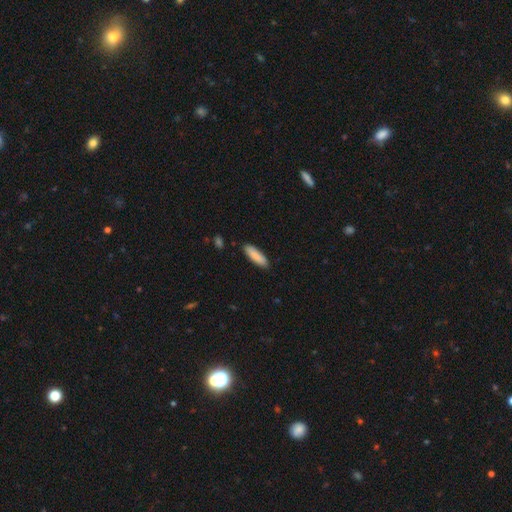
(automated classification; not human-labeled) Smooth or featured?
  - smooth: 88% *
  - featured or disk: 6%
  - star or artifact: 6%
How rounded?
  - cigar-shaped: 59% *
  - in between: 39%
  - round: 1%
Merging?
  - none: 89% *
  - minor disturbance: 8%
  - major disturbance: 2%
  - merger: 1%